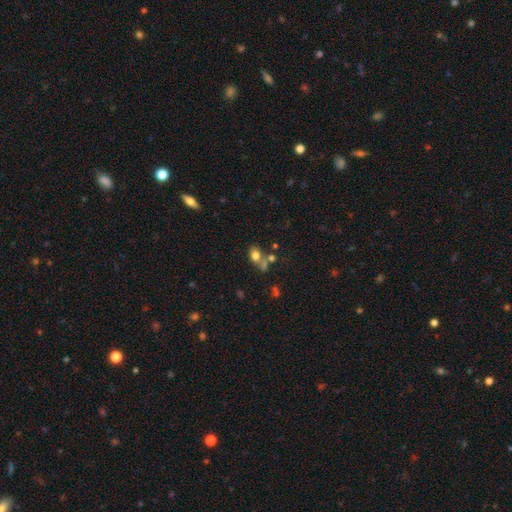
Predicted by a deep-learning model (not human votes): This is likely a smooth galaxy (72%). How rounded: likely in between (63%). Merging: marginally none (43%).